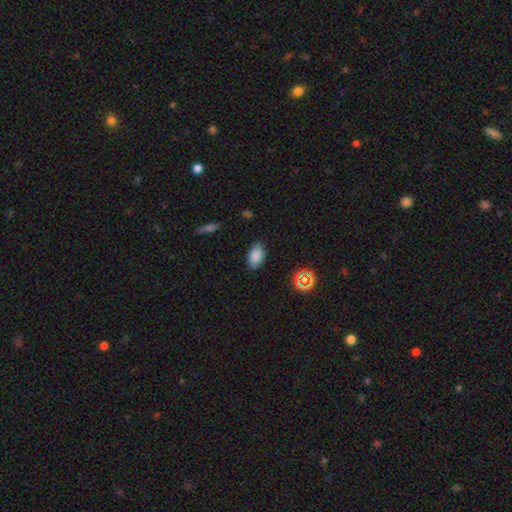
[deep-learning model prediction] Overall: smooth (85%). How rounded: in between (91%). Merging: none (83%).